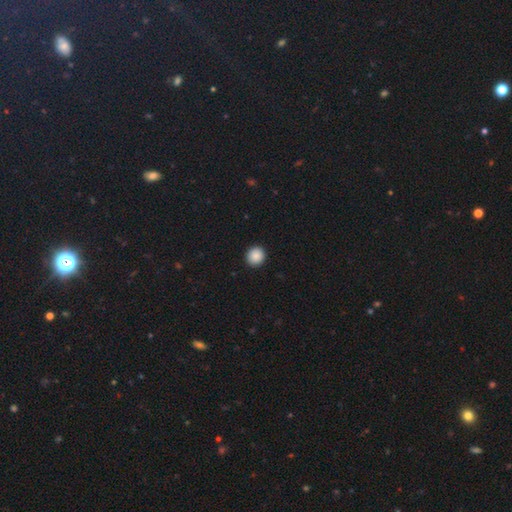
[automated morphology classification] smooth-or-featured: smooth: 89% | star or artifact: 9% | featured or disk: 2%
  how-rounded: round: 90% | in between: 9% | cigar-shaped: 1%
  merging: none: 93% | minor disturbance: 5% | major disturbance: 2% | merger: 1%